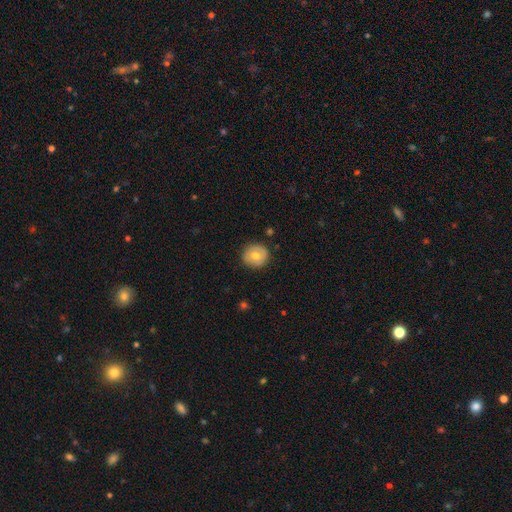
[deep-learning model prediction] This is likely a smooth galaxy (62%). How rounded: clearly round (91%). Merging: clearly none (87%).